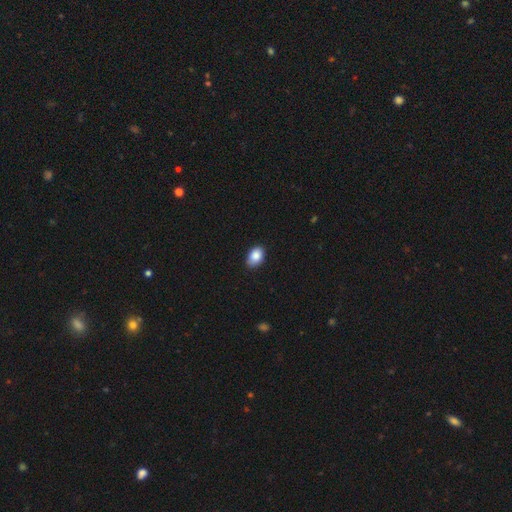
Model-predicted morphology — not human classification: This is clearly a smooth galaxy (87%). How rounded: clearly in between (85%). Merging: clearly none (82%).